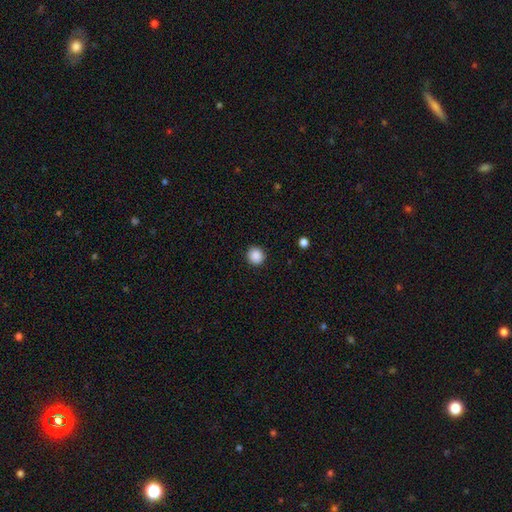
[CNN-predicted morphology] Q: Smooth or featured?
A: smooth (89%); runner-up: star or artifact (9%)
Q: How rounded?
A: round (91%); runner-up: in between (8%)
Q: Merging?
A: none (92%); runner-up: minor disturbance (5%)